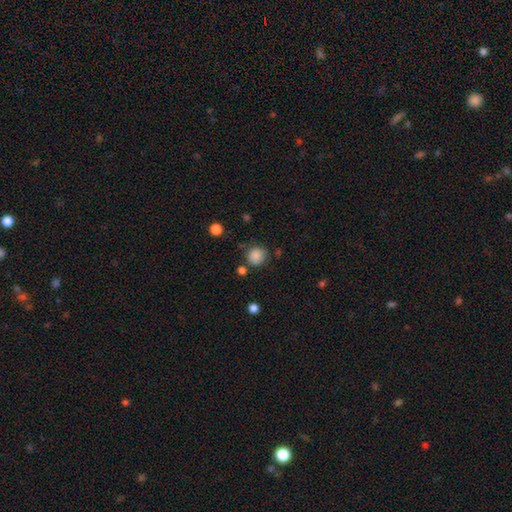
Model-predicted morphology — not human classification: Smooth or featured? smooth (85%)
How rounded? round (88%)
Merging? none (74%)